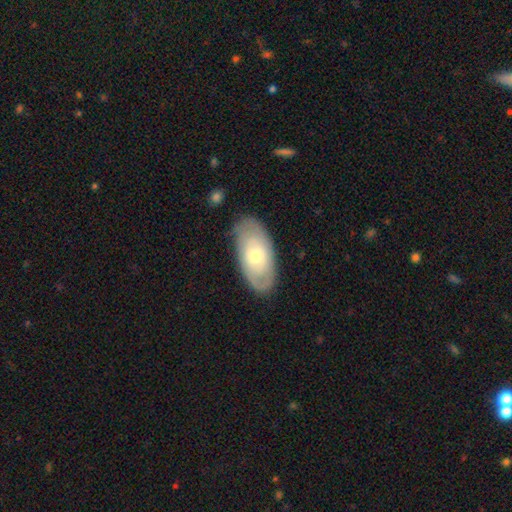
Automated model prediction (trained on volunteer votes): A featured or disk galaxy (50%). Merging: none (78%).